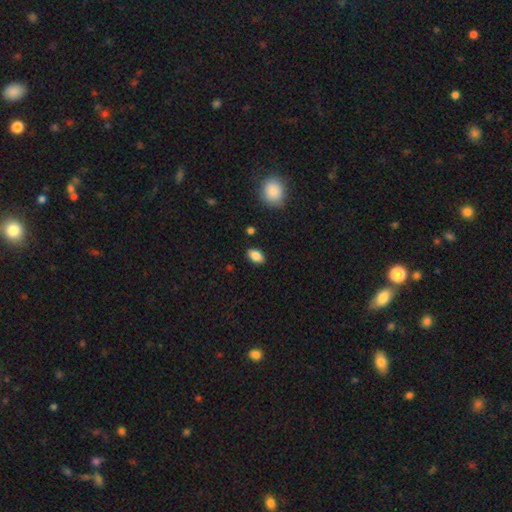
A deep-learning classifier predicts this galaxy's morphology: Q: Smooth or featured?
A: smooth (84%); runner-up: star or artifact (8%)
Q: How rounded?
A: in between (90%); runner-up: round (7%)
Q: Merging?
A: none (87%); runner-up: minor disturbance (9%)